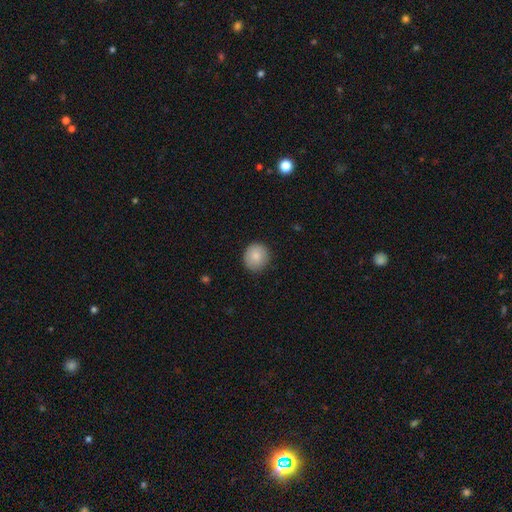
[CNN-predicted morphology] Smooth or featured?
  - smooth: 83% *
  - featured or disk: 10%
  - star or artifact: 7%
How rounded?
  - round: 89% *
  - in between: 11%
  - cigar-shaped: 1%
Merging?
  - none: 88% *
  - minor disturbance: 9%
  - major disturbance: 2%
  - merger: 1%